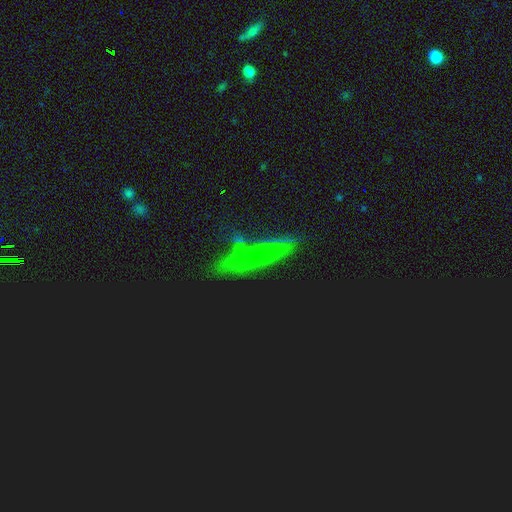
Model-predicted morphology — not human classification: featured or disk 42%, star or artifact 30%, smooth 28%. Down the decision tree: merging — none (62%).